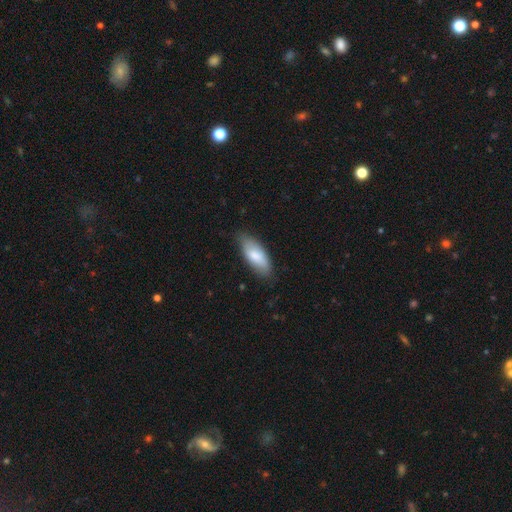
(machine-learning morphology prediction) A smooth galaxy with no disk features (80%) that is in between round and cigar-shaped (80%).

Vote fractions:
- Smooth or featured? smooth: 80% / featured or disk: 15% / star or artifact: 5%
- How rounded? in between: 80% / cigar-shaped: 18% / round: 2%
- Merging? none: 74% / minor disturbance: 21% / major disturbance: 4% / merger: 1%